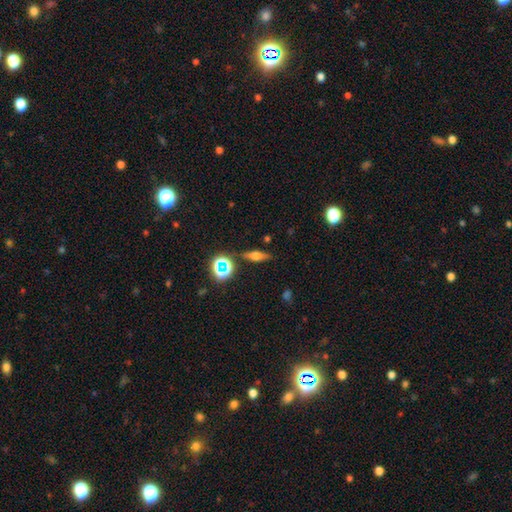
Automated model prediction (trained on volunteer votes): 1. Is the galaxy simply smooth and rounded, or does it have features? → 43% smooth, 42% featured or disk, 15% star or artifact.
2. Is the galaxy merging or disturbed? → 84% none, 10% minor disturbance, 3% major disturbance, 3% merger.